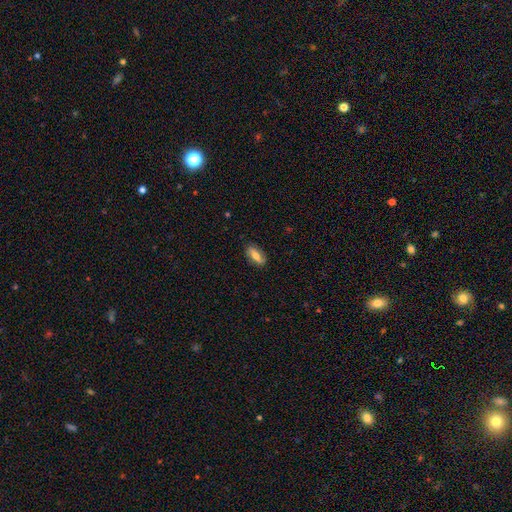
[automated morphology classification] smooth 52%, featured or disk 40%, star or artifact 7%. Down the decision tree: how rounded — in between (78%); merging — none (84%).